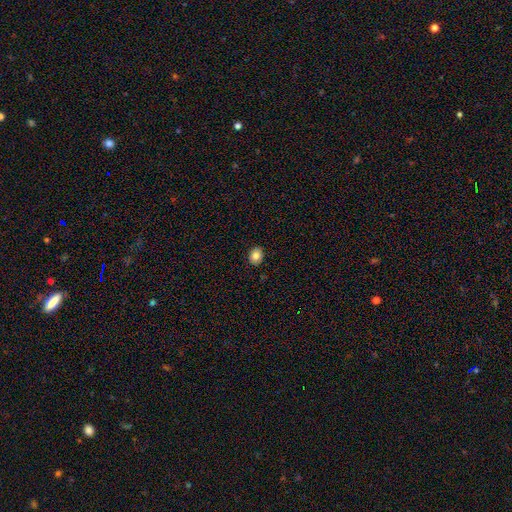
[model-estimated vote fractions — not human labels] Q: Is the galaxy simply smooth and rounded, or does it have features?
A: smooth — 82%.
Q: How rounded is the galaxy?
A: in between — 52%.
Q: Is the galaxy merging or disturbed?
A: none — 89%.